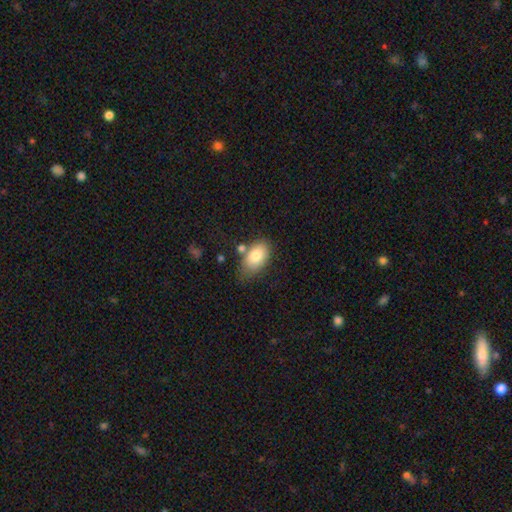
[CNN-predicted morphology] smooth-or-featured: smooth: 81% | featured or disk: 13% | star or artifact: 7%
  how-rounded: in between: 92% | round: 7% | cigar-shaped: 2%
  merging: none: 59% | minor disturbance: 23% | merger: 11% | major disturbance: 7%